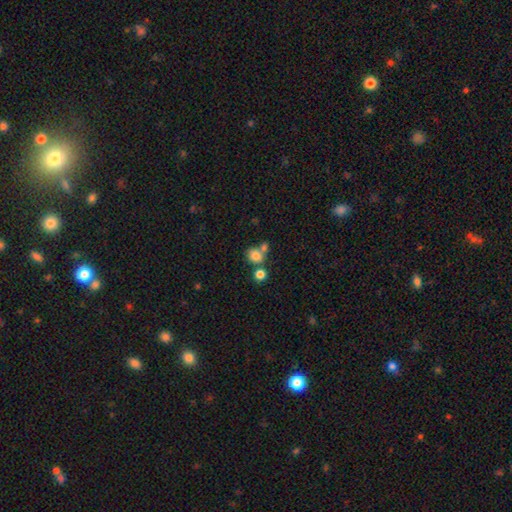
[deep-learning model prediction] Morphology: type=smooth (79%); roundness=round (70%); merging=none (53%).